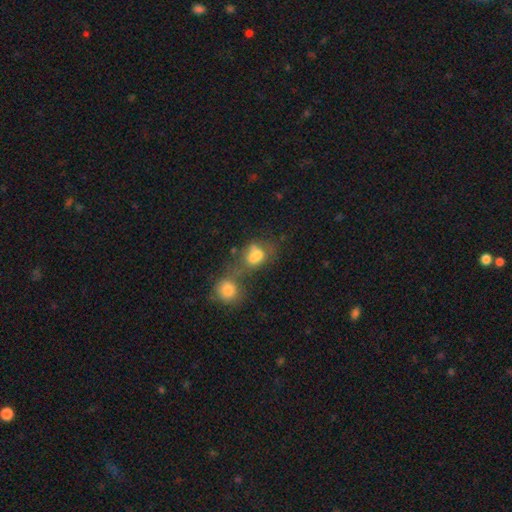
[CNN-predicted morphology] smooth 67%, featured or disk 19%, star or artifact 14%. Down the decision tree: how rounded — in between (60%); merging — merger (56%).